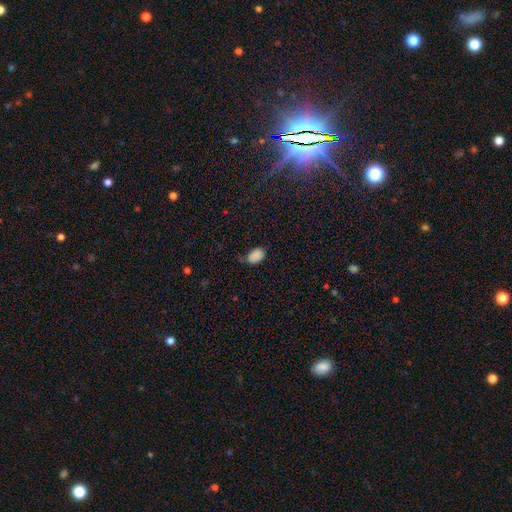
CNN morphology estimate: Smooth or featured: smooth — 86% (star or artifact — 10%)
How rounded: in between — 87% (round — 12%)
Merging: none — 55% (minor disturbance — 32%)